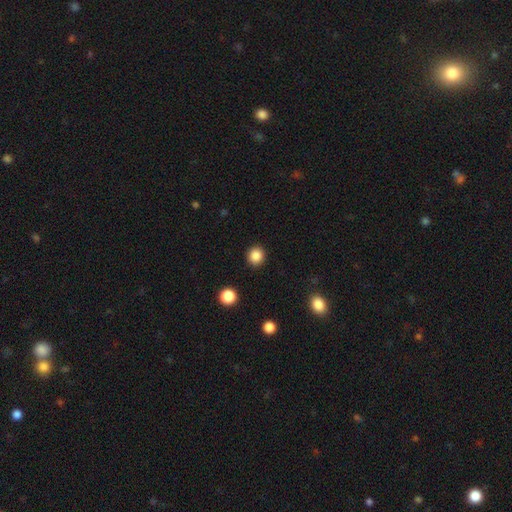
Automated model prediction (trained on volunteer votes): Morphology: type=smooth (86%); roundness=round (92%); merging=none (92%).